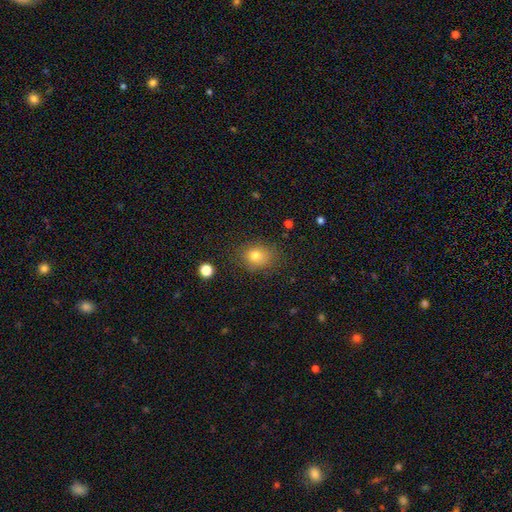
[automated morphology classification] Smooth or featured? Predicted: smooth (p=0.78). How rounded? Predicted: round (p=0.57). Merging? Predicted: none (p=0.79).